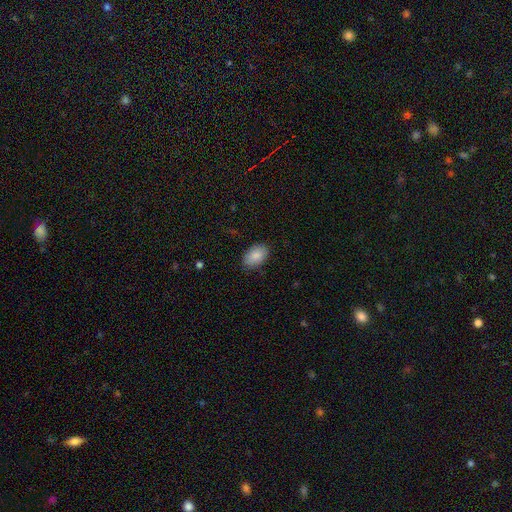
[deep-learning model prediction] A smooth galaxy with no disk features (87%) that is in between round and cigar-shaped (91%). Merging: none (84%).